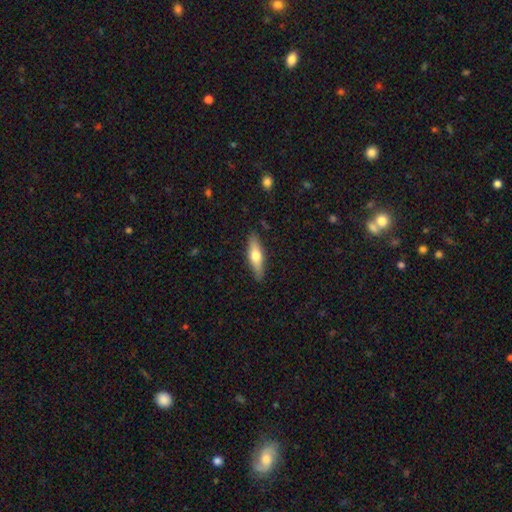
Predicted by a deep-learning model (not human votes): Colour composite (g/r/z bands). It shows a smooth galaxy with no disk features (57%) that is cigar-shaped (60%). Merging: none (88%).